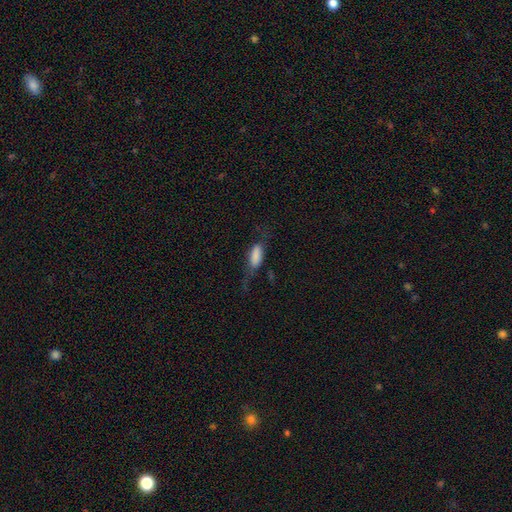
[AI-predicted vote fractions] Smooth or featured?
  - smooth: 75% *
  - featured or disk: 17%
  - star or artifact: 8%
How rounded?
  - in between: 72% *
  - cigar-shaped: 24%
  - round: 3%
Merging?
  - none: 37% *
  - major disturbance: 33%
  - minor disturbance: 26%
  - merger: 3%